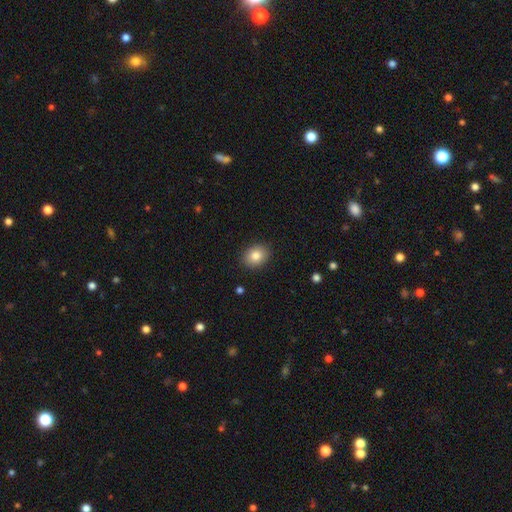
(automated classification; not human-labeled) Morphology: type=smooth (83%); roundness=round (52%); merging=none (90%).